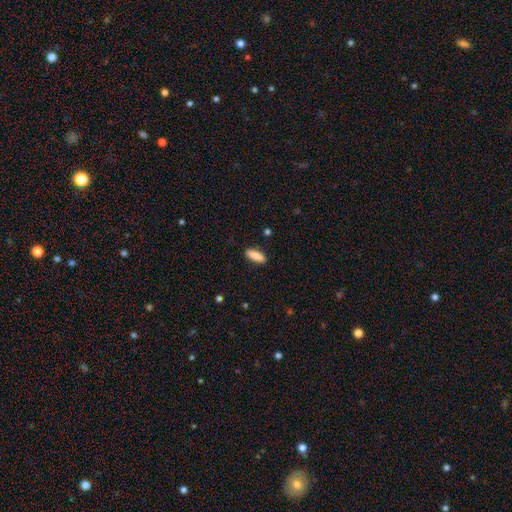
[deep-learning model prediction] This appears to be a smooth galaxy with no disk features (88%) that is in between round and cigar-shaped (63%). Merging: none (88%).